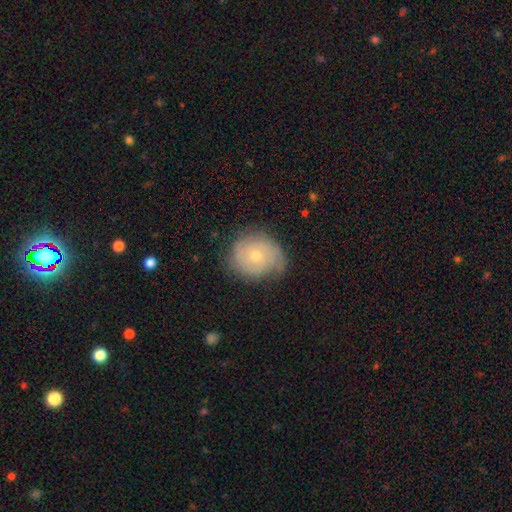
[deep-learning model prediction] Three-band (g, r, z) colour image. It shows a featured or disk galaxy (56%) with no bar (80%), spiral arms (81%) and a small central bulge (56%). Merging: none (63%).